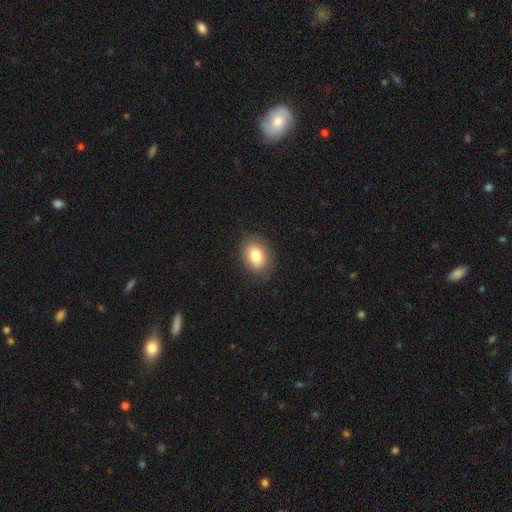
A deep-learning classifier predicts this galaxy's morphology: This appears to be a smooth galaxy with no disk features (80%) that is in between round and cigar-shaped (70%). Merging: none (85%).